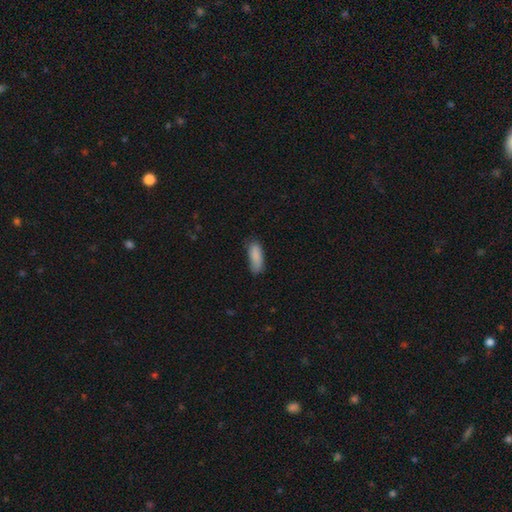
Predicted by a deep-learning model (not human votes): A smooth galaxy with no disk features (87%) that is in between round and cigar-shaped (70%).

Vote fractions:
- Smooth or featured? smooth: 87% / star or artifact: 7% / featured or disk: 6%
- How rounded? in between: 70% / cigar-shaped: 28% / round: 2%
- Merging? none: 68% / minor disturbance: 25% / major disturbance: 5% / merger: 2%